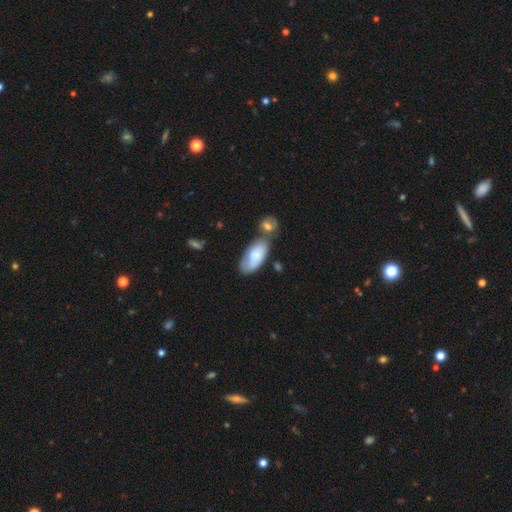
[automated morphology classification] Q: Smooth or featured?
A: smooth (71%); runner-up: featured or disk (23%)
Q: How rounded?
A: in between (91%); runner-up: cigar-shaped (7%)
Q: Merging?
A: none (39%); runner-up: merger (33%)